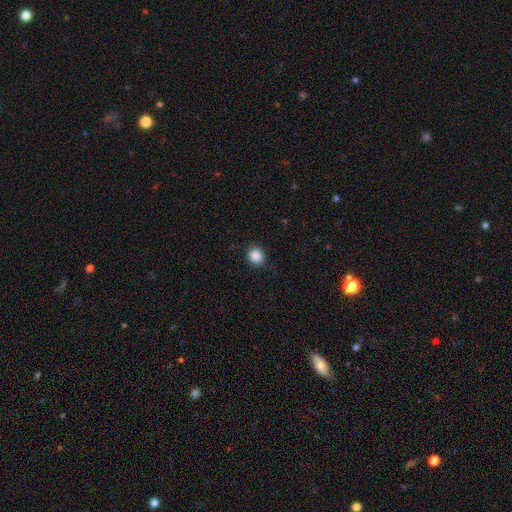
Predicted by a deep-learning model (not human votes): This appears to be a smooth galaxy with no disk features (87%) that is round (80%). Merging: none (83%).